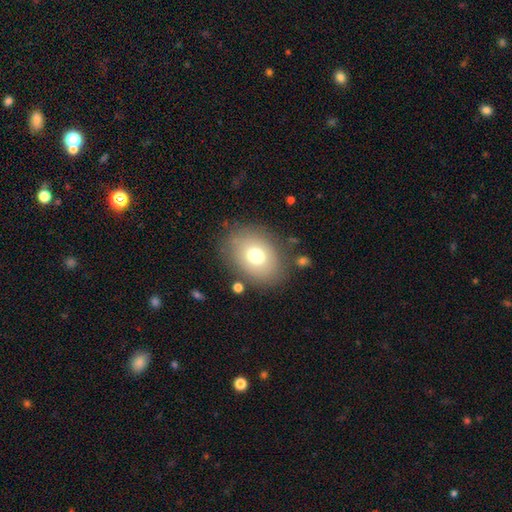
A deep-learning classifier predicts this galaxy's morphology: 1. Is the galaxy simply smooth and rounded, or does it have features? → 72% smooth, 18% featured or disk, 10% star or artifact.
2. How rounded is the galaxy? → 70% in between, 29% round, 1% cigar-shaped.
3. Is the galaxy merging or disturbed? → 79% none, 13% minor disturbance, 5% major disturbance, 3% merger.